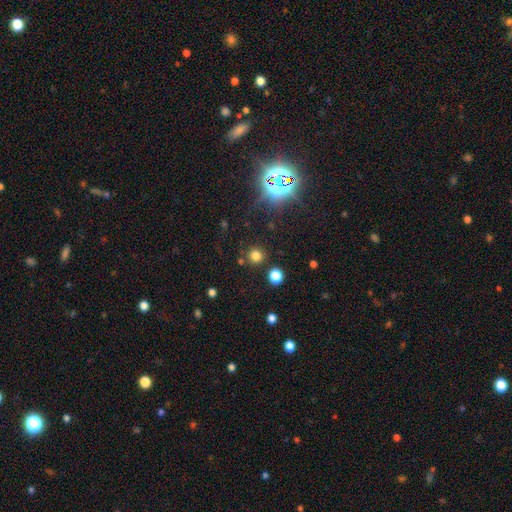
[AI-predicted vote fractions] A smooth galaxy with no disk features (75%) that is round (92%).

Vote fractions:
- Smooth or featured? smooth: 75% / star or artifact: 19% / featured or disk: 5%
- How rounded? round: 92% / in between: 7% / cigar-shaped: 1%
- Merging? none: 85% / minor disturbance: 6% / merger: 6% / major disturbance: 3%